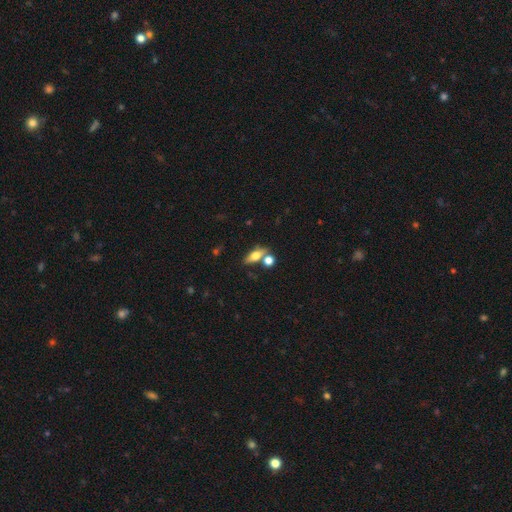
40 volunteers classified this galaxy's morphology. smooth_or_featured: smooth (p=0.62) [alt: featured or disk p=0.38]
how_rounded: in between (p=0.76) [alt: cigar-shaped p=0.16]
merging: none (p=0.60) [alt: merger p=0.33]